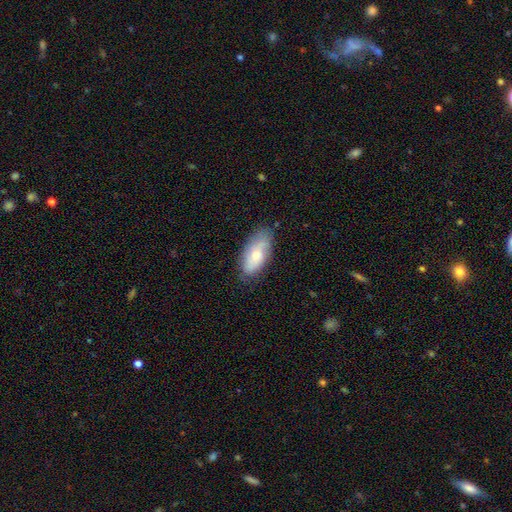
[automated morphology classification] Overall: smooth (62%; featured or disk 32%). How rounded: in between (90%). Merging: none (70%).